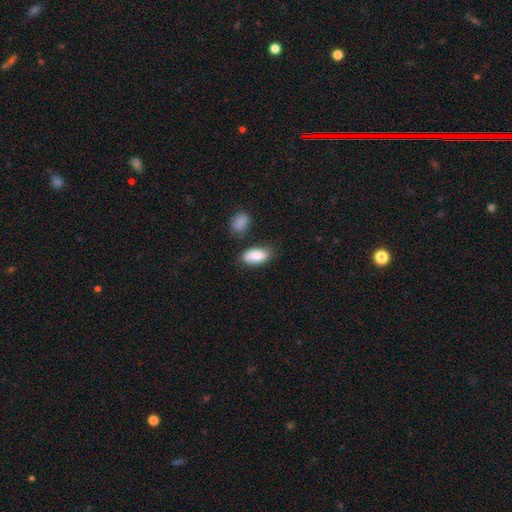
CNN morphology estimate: Smooth or featured: smooth — 85% (featured or disk — 8%)
How rounded: in between — 91% (cigar-shaped — 6%)
Merging: none — 66% (minor disturbance — 21%)